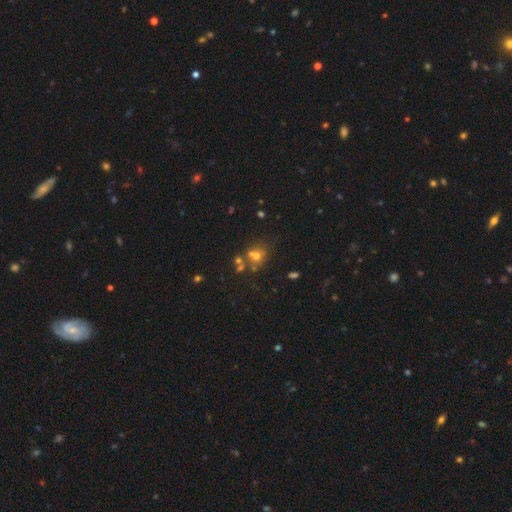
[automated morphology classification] Smooth or featured? smooth (56%)
How rounded? round (72%)
Merging? none (48%)